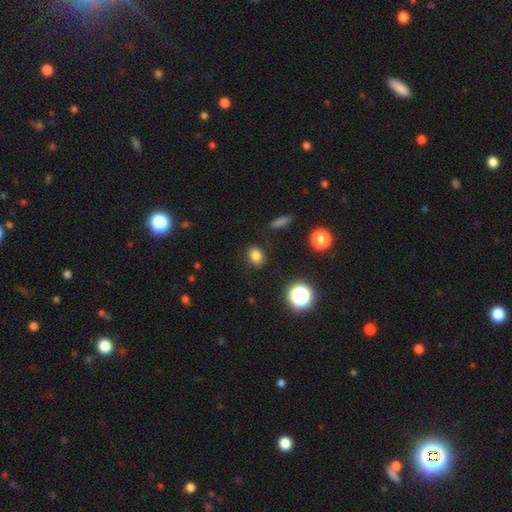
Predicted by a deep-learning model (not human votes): The model was most divided on "how rounded": in between: 53%, round: 45%, cigar-shaped: 1%. More confident: merging — none (85%); smooth or featured — smooth (80%).